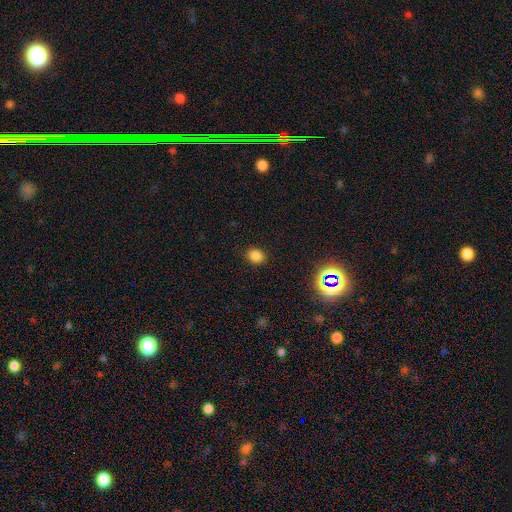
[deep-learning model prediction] smooth-or-featured: smooth: 81% | star or artifact: 15% | featured or disk: 4%
  how-rounded: round: 58% | in between: 41% | cigar-shaped: 1%
  merging: none: 86% | minor disturbance: 10% | major disturbance: 3% | merger: 1%